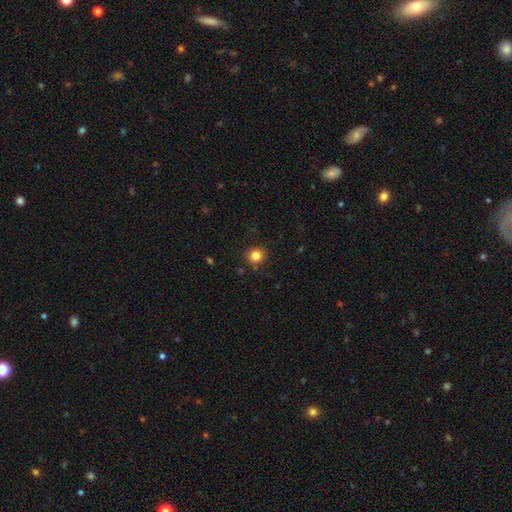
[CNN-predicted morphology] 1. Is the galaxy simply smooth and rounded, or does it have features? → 83% smooth, 12% star or artifact, 5% featured or disk.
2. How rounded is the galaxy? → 89% round, 10% in between, 1% cigar-shaped.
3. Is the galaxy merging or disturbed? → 89% none, 8% minor disturbance, 2% major disturbance, 1% merger.